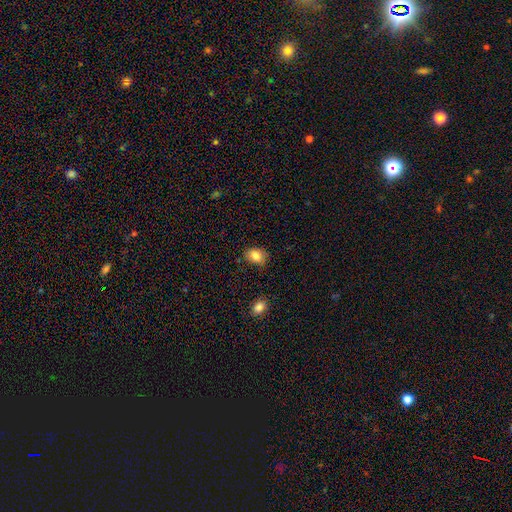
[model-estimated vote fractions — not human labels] Overall: smooth (83%). How rounded: in between (70%). Merging: none (75%).